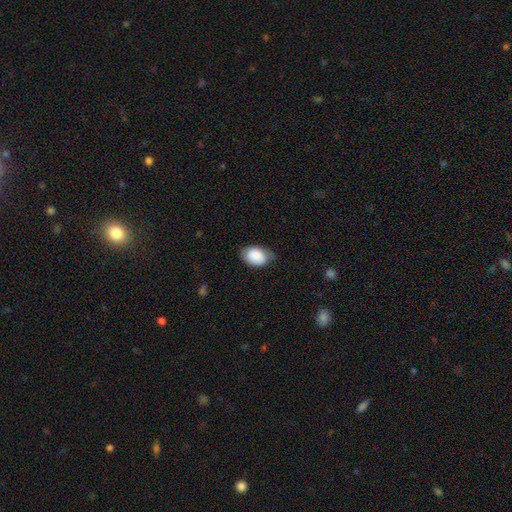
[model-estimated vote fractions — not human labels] The model was most divided on "merging": none: 62%, minor disturbance: 30%, major disturbance: 6%, merger: 1%. More confident: smooth or featured — smooth (86%); how rounded — in between (81%).